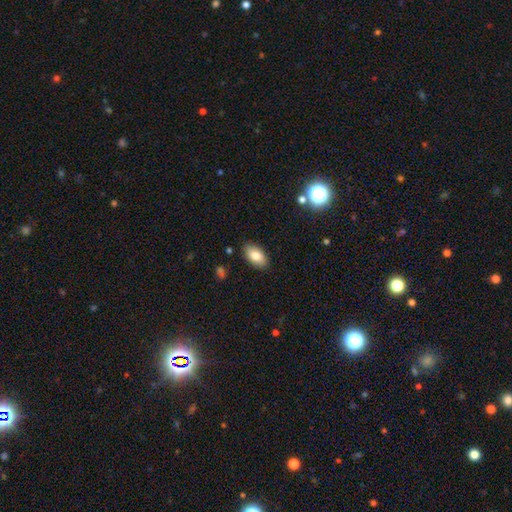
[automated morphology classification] Overall: smooth (81%). How rounded: in between (93%). Merging: none (87%).